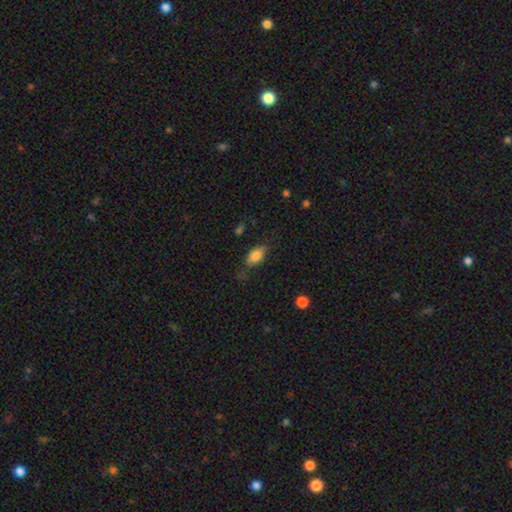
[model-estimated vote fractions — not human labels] Smooth or featured?
  - smooth: 82% *
  - featured or disk: 10%
  - star or artifact: 8%
How rounded?
  - in between: 89% *
  - round: 7%
  - cigar-shaped: 4%
Merging?
  - none: 70% *
  - minor disturbance: 21%
  - major disturbance: 7%
  - merger: 2%